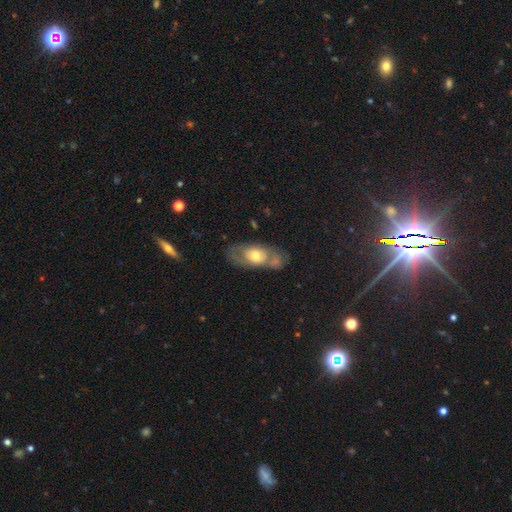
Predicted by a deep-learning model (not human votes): smooth 47% (tied), featured or disk 47% (tied), star or artifact 7%. Down the decision tree: merging — none (50%).